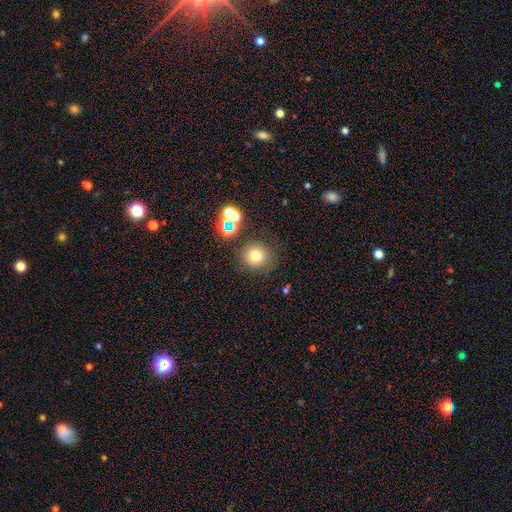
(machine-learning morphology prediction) Smooth or featured: smooth — 72% (star or artifact — 18%)
How rounded: round — 90% (in between — 9%)
Merging: none — 79% (minor disturbance — 10%)